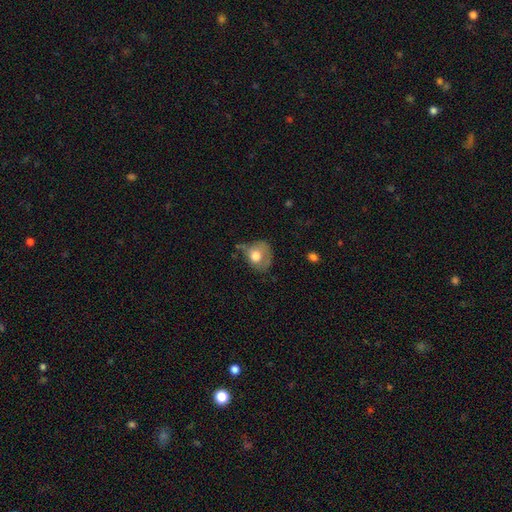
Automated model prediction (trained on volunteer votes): Smooth or featured? Predicted: smooth (p=0.67). How rounded? Predicted: round (p=0.58). Merging? Predicted: none (p=0.34).